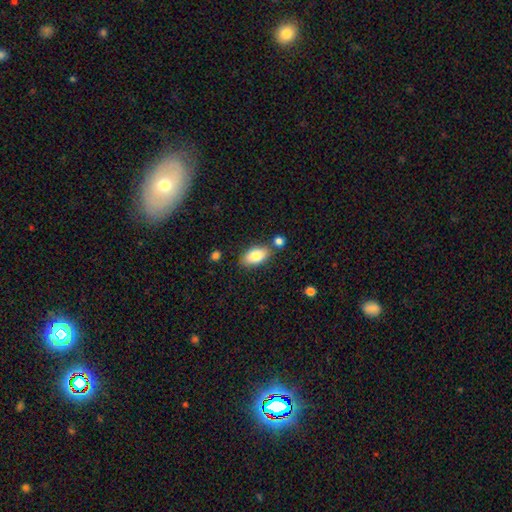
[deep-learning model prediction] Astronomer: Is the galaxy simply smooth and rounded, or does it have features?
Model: smooth — 82%.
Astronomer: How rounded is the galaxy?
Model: in between — 91%.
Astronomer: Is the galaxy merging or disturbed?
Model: none — 75%.